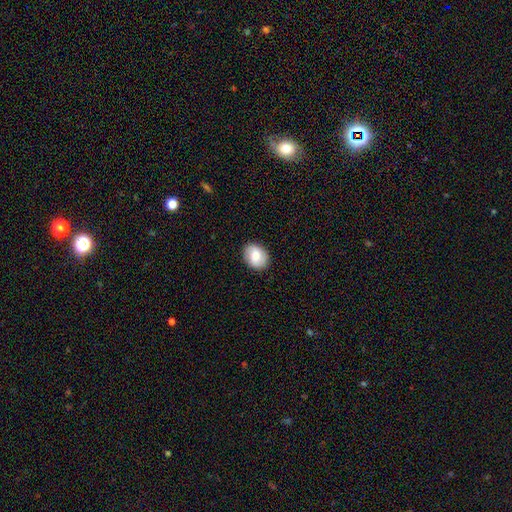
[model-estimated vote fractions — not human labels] Smooth or featured?
  - smooth: 78% *
  - featured or disk: 15%
  - star or artifact: 7%
How rounded?
  - in between: 54% *
  - round: 45%
  - cigar-shaped: 1%
Merging?
  - none: 88% *
  - minor disturbance: 9%
  - major disturbance: 2%
  - merger: 1%